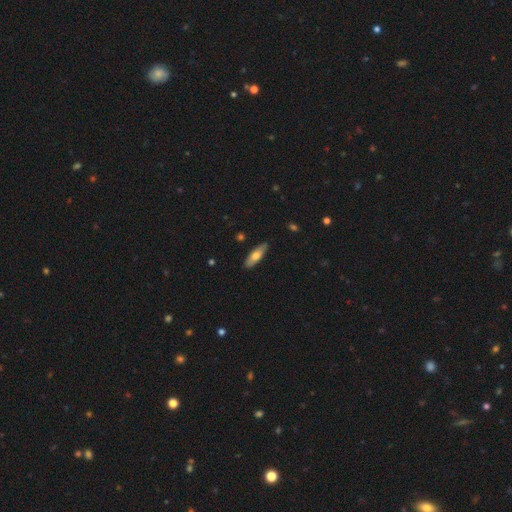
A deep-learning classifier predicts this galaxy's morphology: A smooth galaxy with no disk features (62%) that is in between round and cigar-shaped (50%). Merging: none (87%).